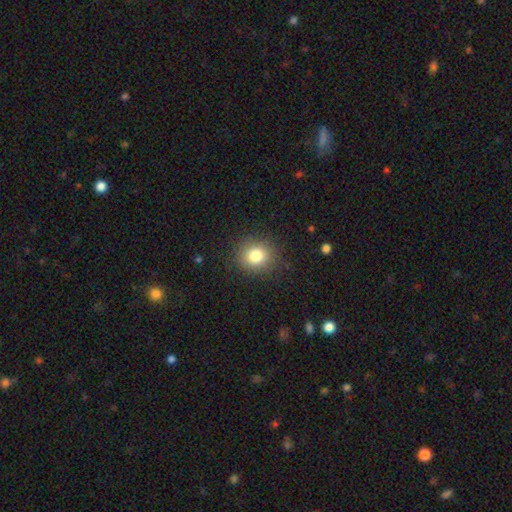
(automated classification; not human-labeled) Overall: smooth (81%). How rounded: round (84%). Merging: none (88%).